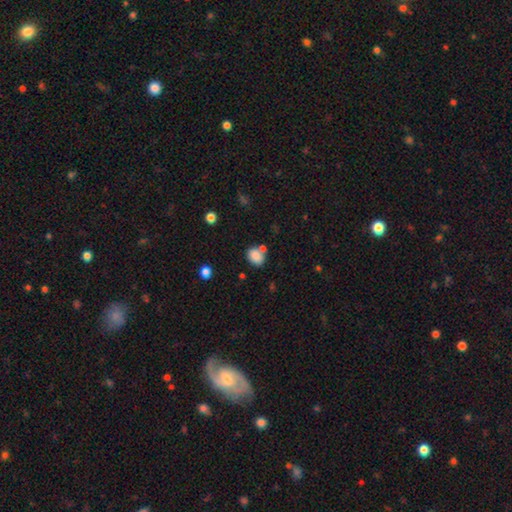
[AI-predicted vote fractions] Smooth or featured?
  - smooth: 85% *
  - star or artifact: 9%
  - featured or disk: 6%
How rounded?
  - in between: 62% *
  - round: 37%
  - cigar-shaped: 1%
Merging?
  - none: 62% *
  - merger: 21%
  - minor disturbance: 14%
  - major disturbance: 4%